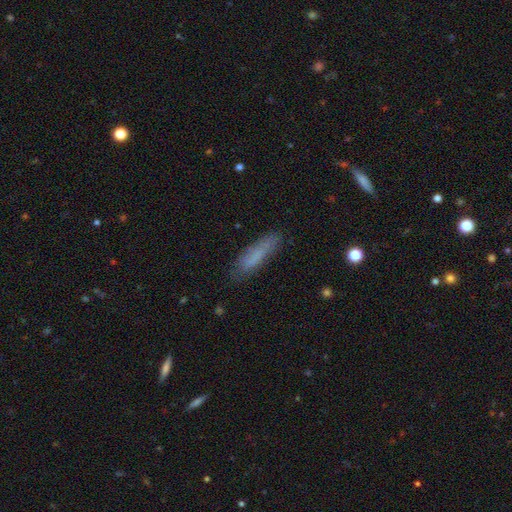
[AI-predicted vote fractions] This appears to be a smooth galaxy with no disk features (70%) that is cigar-shaped (75%). Merging: none (75%).